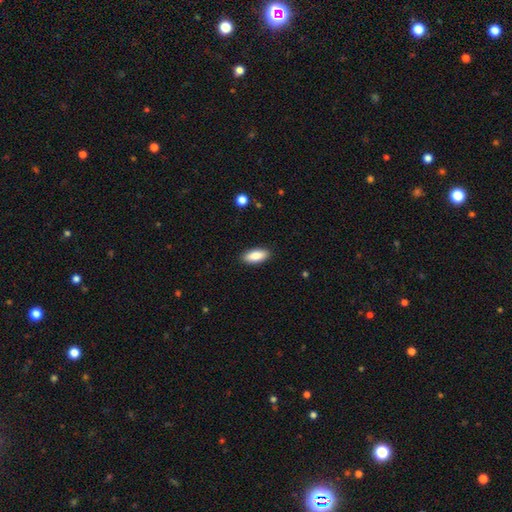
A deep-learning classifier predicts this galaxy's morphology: Q: Smooth or featured?
A: smooth (86%); runner-up: featured or disk (7%)
Q: How rounded?
A: in between (84%); runner-up: cigar-shaped (14%)
Q: Merging?
A: none (90%); runner-up: minor disturbance (8%)